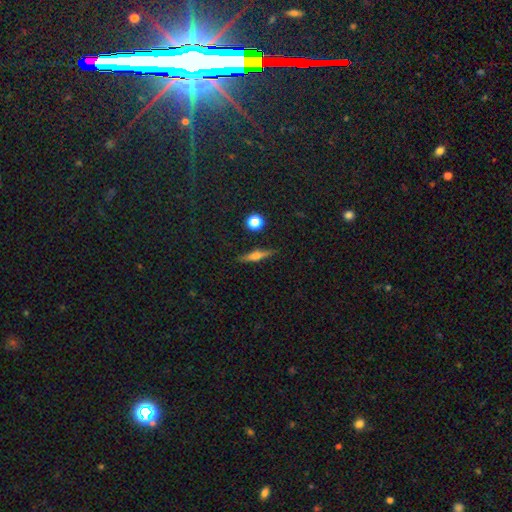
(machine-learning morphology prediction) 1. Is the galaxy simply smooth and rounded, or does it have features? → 48% featured or disk, 41% smooth, 10% star or artifact.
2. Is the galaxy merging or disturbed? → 87% none, 9% minor disturbance, 2% major disturbance, 2% merger.